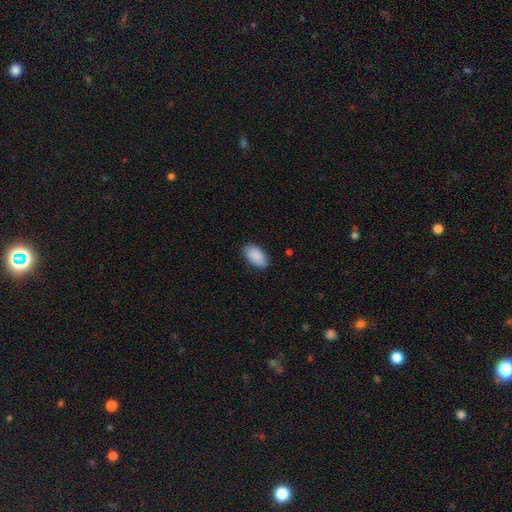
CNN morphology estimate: This is clearly a smooth galaxy (89%). How rounded: clearly in between (94%). Merging: clearly none (82%).